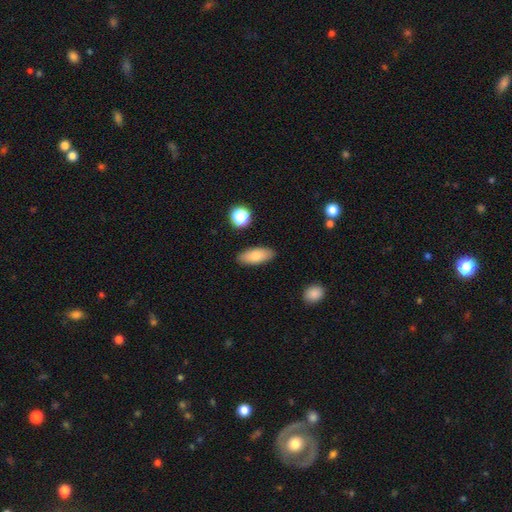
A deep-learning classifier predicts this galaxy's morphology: Overall: smooth (79%). How rounded: in between (81%). Merging: none (88%).